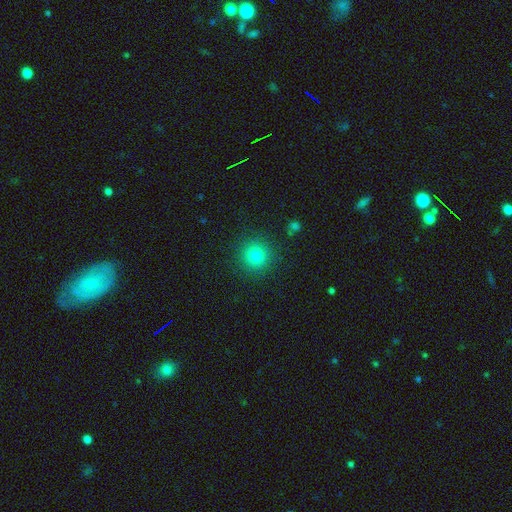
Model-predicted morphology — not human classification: smooth-or-featured: smooth: 80% | star or artifact: 13% | featured or disk: 6%
  how-rounded: round: 94% | in between: 5% | cigar-shaped: 1%
  merging: none: 90% | minor disturbance: 6% | major disturbance: 2% | merger: 1%